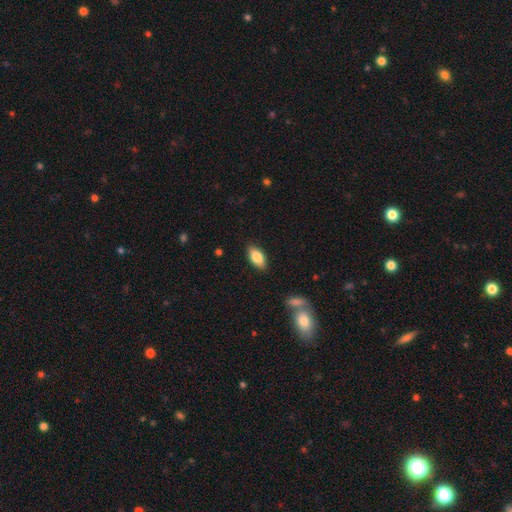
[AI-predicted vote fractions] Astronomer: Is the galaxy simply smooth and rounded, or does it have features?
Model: smooth — 83%.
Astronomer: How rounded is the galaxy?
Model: in between — 91%.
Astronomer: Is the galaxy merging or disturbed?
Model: none — 87%.